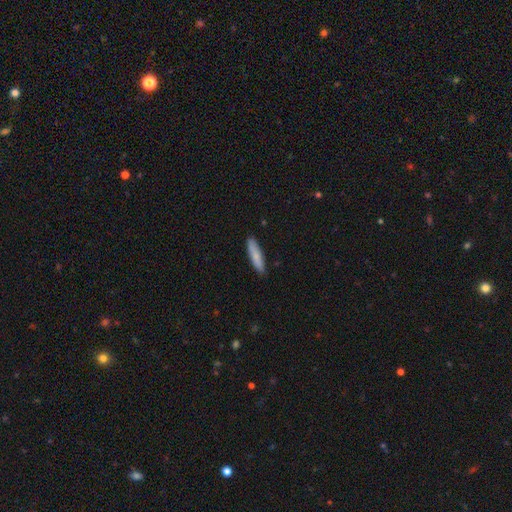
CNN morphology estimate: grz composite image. It shows a smooth galaxy with no disk features (82%) that is cigar-shaped (82%). Merging: none (89%).